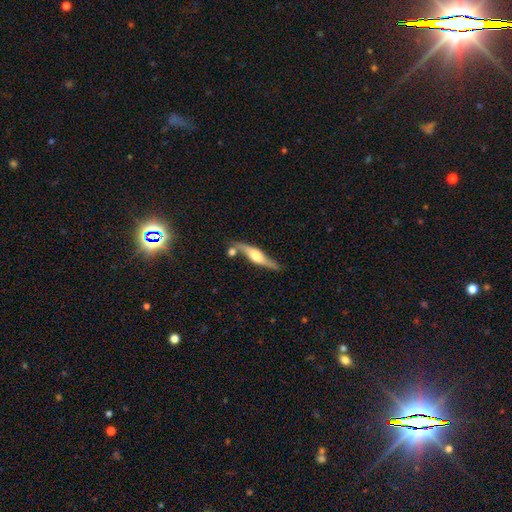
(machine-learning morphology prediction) type=featured or disk (66%); edge-on=yes (86%); edge-on bulge=rounded (85%); merging=none (61%).